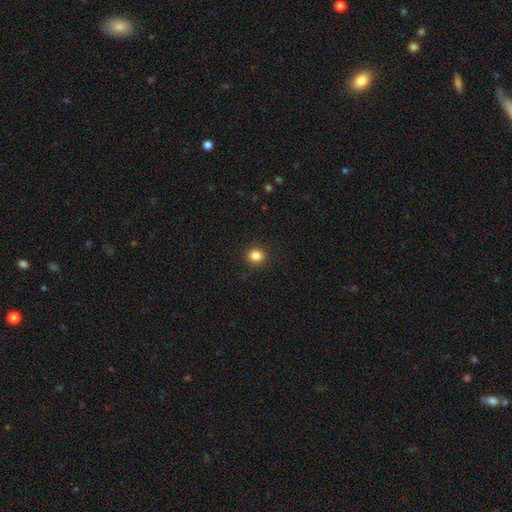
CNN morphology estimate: smooth-or-featured: smooth: 85% | star or artifact: 11% | featured or disk: 4%
  how-rounded: round: 88% | in between: 11% | cigar-shaped: 1%
  merging: none: 92% | minor disturbance: 5% | major disturbance: 2% | merger: 1%